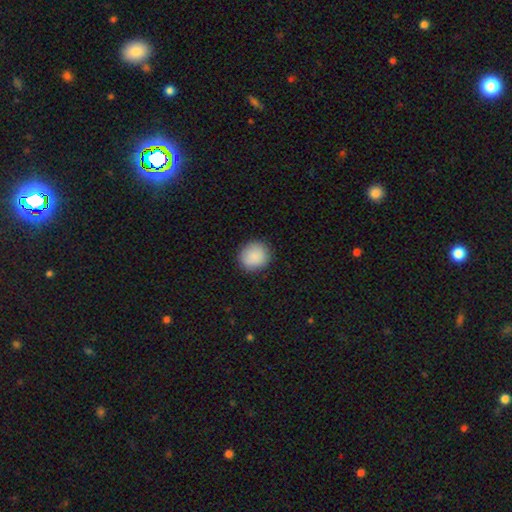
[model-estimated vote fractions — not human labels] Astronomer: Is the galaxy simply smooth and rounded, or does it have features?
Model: smooth — 89%.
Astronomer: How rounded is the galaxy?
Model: round — 85%.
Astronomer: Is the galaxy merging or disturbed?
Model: none — 88%.